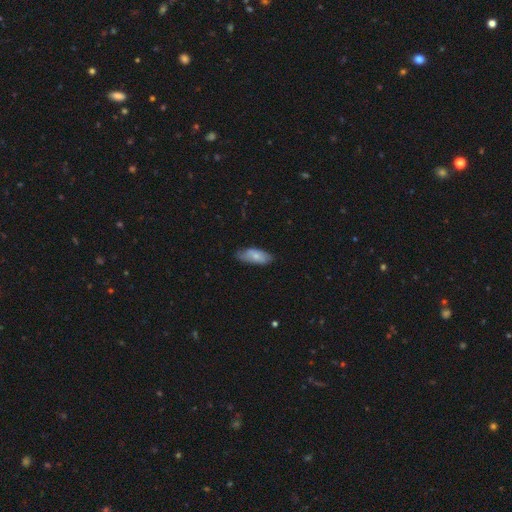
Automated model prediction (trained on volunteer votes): Smooth or featured?
  - smooth: 68% *
  - featured or disk: 26%
  - star or artifact: 6%
How rounded?
  - in between: 81% *
  - cigar-shaped: 16%
  - round: 2%
Merging?
  - none: 67% *
  - minor disturbance: 27%
  - major disturbance: 5%
  - merger: 1%